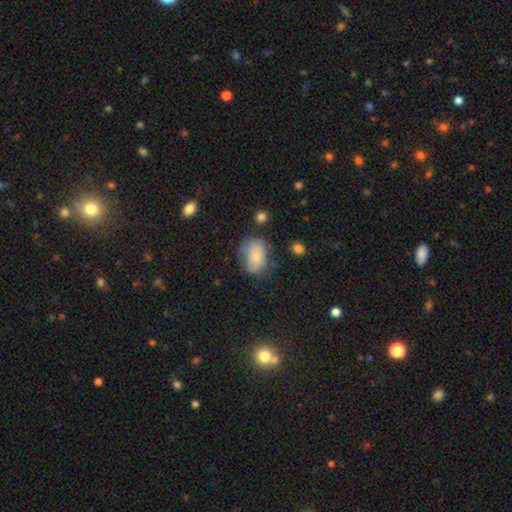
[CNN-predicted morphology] This is likely a smooth galaxy (70%). How rounded: likely in between (73%). Merging: possibly none (47%).